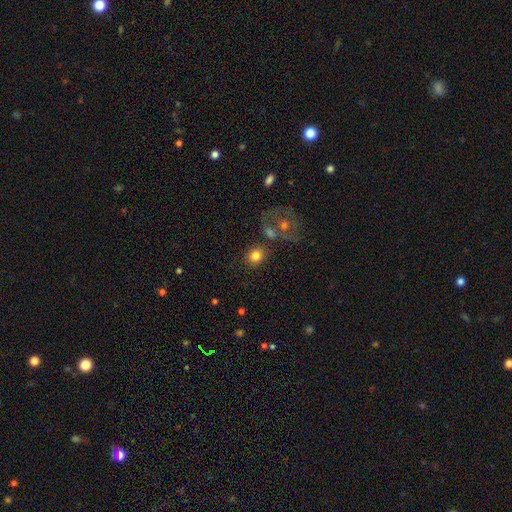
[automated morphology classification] A smooth galaxy with no disk features (81%) that is round (75%).

Vote fractions:
- Smooth or featured? smooth: 81% / star or artifact: 10% / featured or disk: 9%
- How rounded? round: 75% / in between: 24% / cigar-shaped: 1%
- Merging? none: 74% / minor disturbance: 11% / merger: 10% / major disturbance: 5%